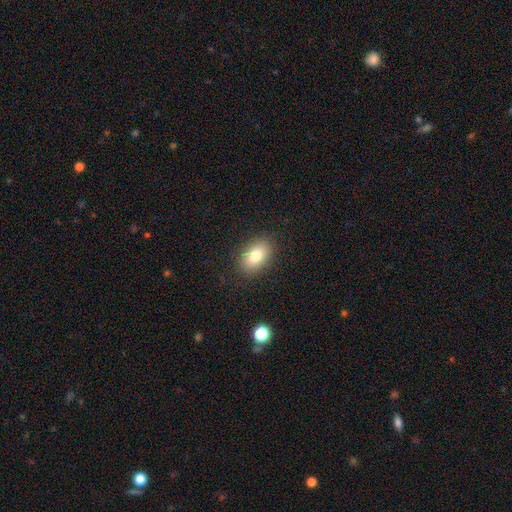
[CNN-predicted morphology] Overall: smooth (80%). How rounded: in between (88%). Merging: none (86%).